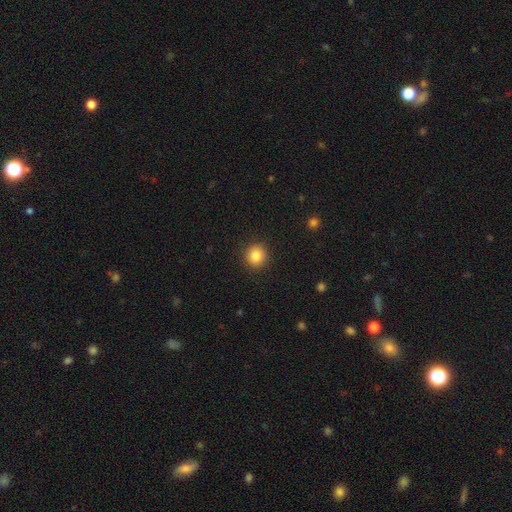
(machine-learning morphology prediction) Overall: smooth (84%). How rounded: round (91%). Merging: none (91%).